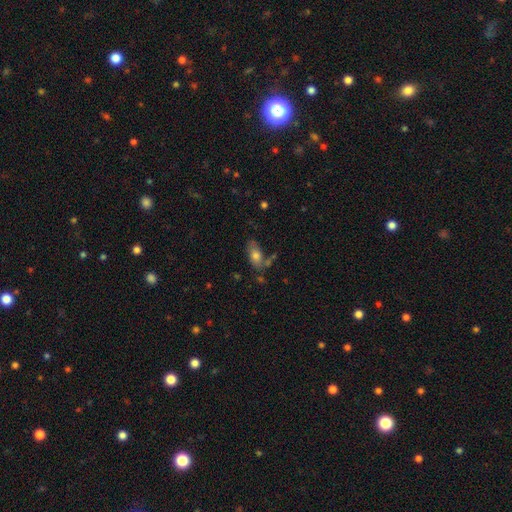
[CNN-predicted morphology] This is likely a smooth galaxy (71%). How rounded: clearly in between (87%). Merging: possibly none (54%).